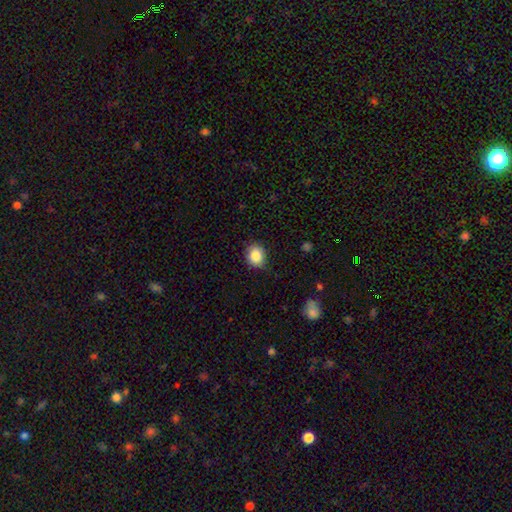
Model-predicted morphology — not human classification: This appears to be a smooth galaxy with no disk features (86%) that is round (68%). Merging: none (81%).